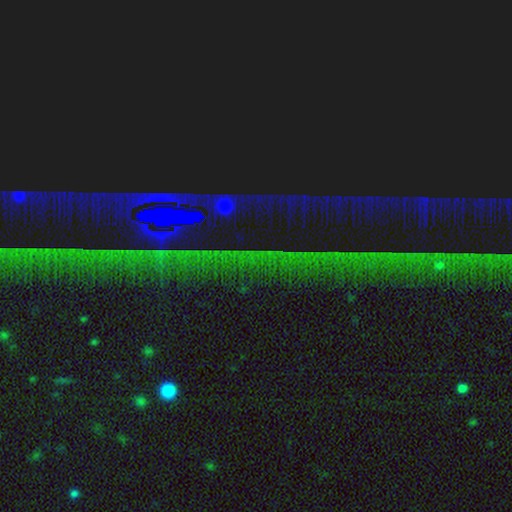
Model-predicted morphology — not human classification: Smooth or featured? star or artifact (84%)